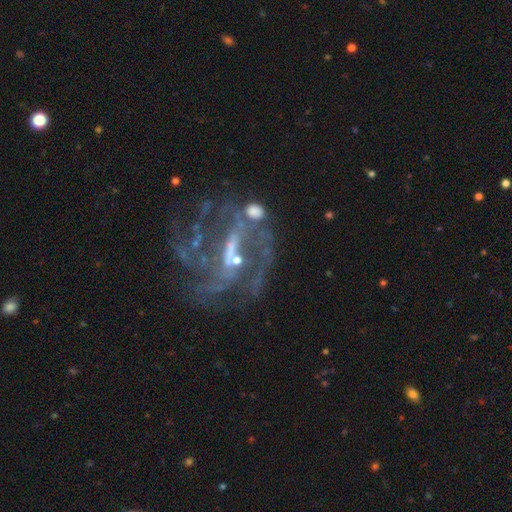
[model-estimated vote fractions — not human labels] A featured or disk galaxy (80%) with a weak bar (44%), medium (44%) spiral arms (83%) and a small central bulge (49%).

Vote fractions:
- Smooth or featured? featured or disk: 80% / star or artifact: 14% / smooth: 6%
- Edge-on disk? no: 96% / yes: 4%
- Bar? weak: 44% / strong: 31% / no: 25%
- Spiral arms? yes: 83% / no: 17%
- Spiral winding? medium: 44% / loose: 29% / tight: 27%
- Spiral arm count? can't tell: 32% / 3: 20% / 2: 17% / 4: 15% / more than 4: 8% / 1: 7%
- Bulge size? small: 49% / none: 27% / moderate: 21% / large: 2% / dominant: 1%
- Merging? none: 50% / major disturbance: 27% / minor disturbance: 15% / merger: 8%